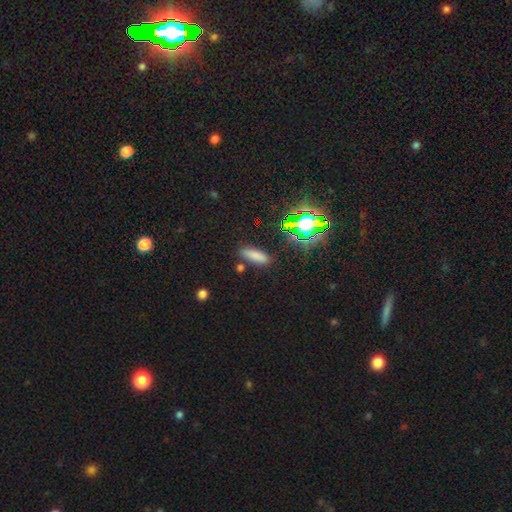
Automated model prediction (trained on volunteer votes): This is likely a smooth galaxy (75%). How rounded: possibly in between (52%). Merging: clearly none (85%).